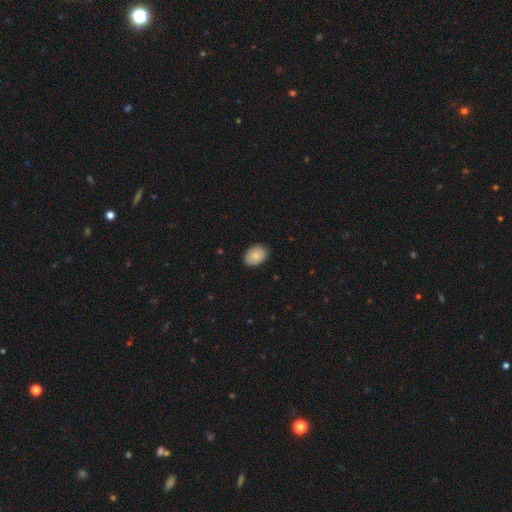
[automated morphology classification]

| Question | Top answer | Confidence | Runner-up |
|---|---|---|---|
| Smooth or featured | smooth | 85% | featured or disk (8%) |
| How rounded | in between | 78% | round (21%) |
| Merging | none | 84% | minor disturbance (13%) |